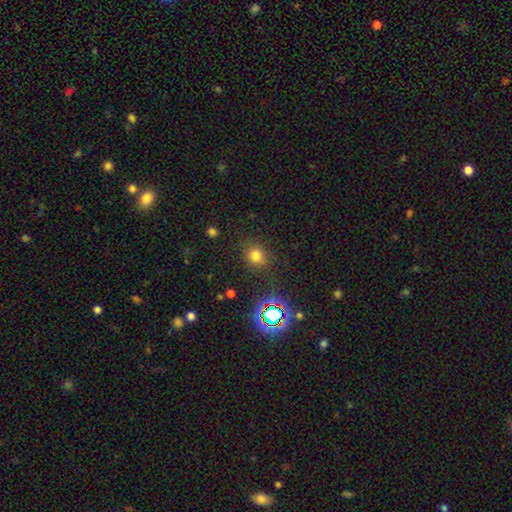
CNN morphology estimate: smooth_or_featured: smooth (p=0.72) [alt: star or artifact p=0.21]
how_rounded: round (p=0.81) [alt: in between p=0.18]
merging: none (p=0.82) [alt: minor disturbance p=0.12]